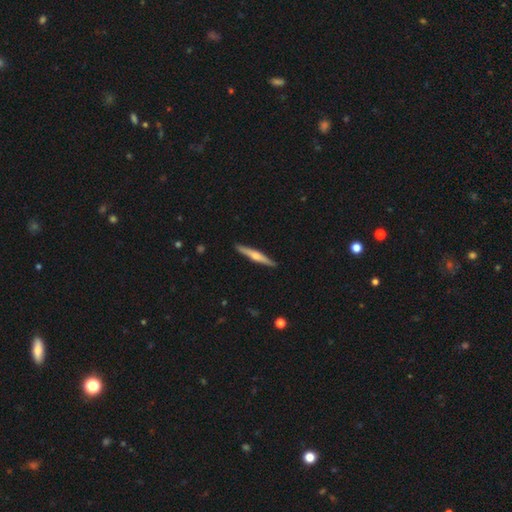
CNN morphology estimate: Q: Smooth or featured?
A: featured or disk (60%); runner-up: smooth (35%)
Q: Edge-on disk?
A: yes (97%); runner-up: no (3%)
Q: Edge-on bulge?
A: rounded (85%); runner-up: none (9%)
Q: Merging?
A: none (91%); runner-up: minor disturbance (7%)